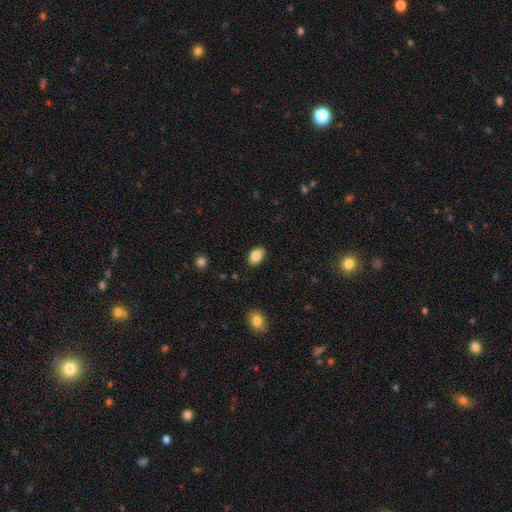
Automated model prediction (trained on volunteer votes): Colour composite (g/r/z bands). It shows a smooth galaxy with no disk features (85%) that is in between round and cigar-shaped (89%). Merging: none (88%).